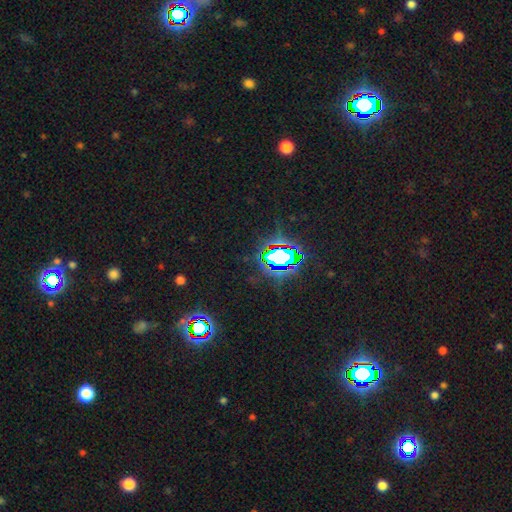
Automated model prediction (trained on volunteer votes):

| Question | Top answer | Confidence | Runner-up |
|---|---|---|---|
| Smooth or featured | star or artifact | 81% | smooth (11%) |